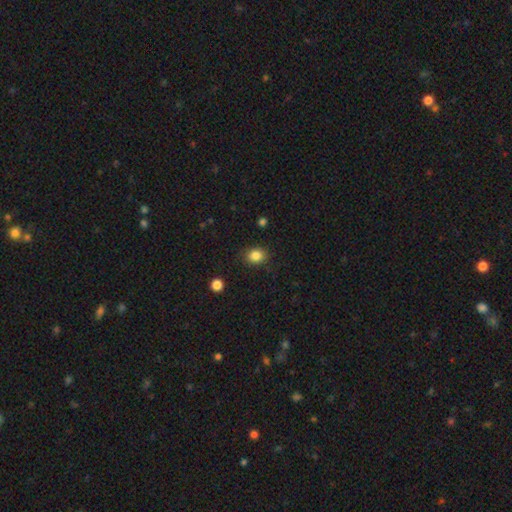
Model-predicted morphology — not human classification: Overall: smooth (85%). How rounded: round (54%; in between 45%). Merging: none (86%).